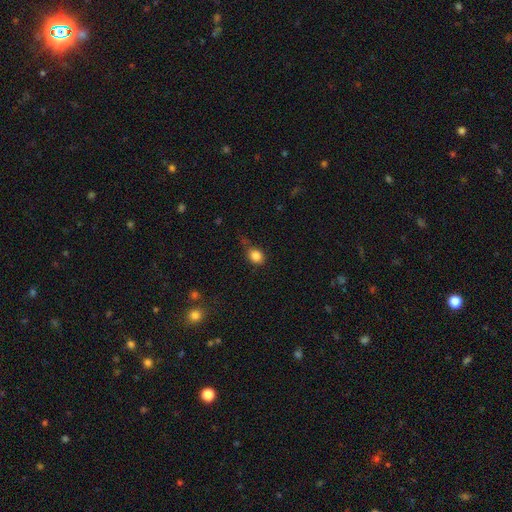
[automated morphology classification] smooth 85%, star or artifact 10%, featured or disk 5%. Down the decision tree: how rounded — in between (53%); merging — none (70%).